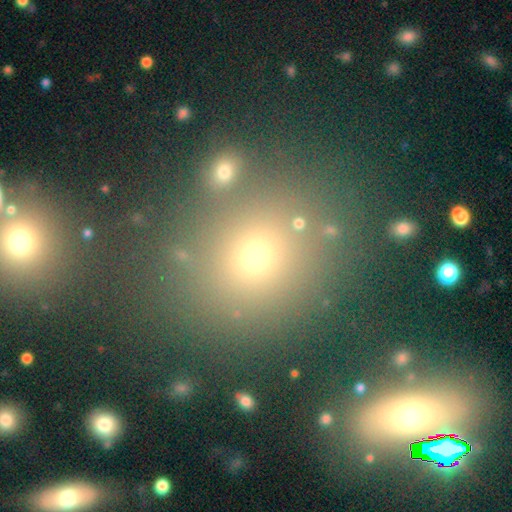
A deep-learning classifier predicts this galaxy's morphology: Smooth or featured?
  - smooth: 68% *
  - star or artifact: 21%
  - featured or disk: 11%
How rounded?
  - round: 70% *
  - in between: 28%
  - cigar-shaped: 2%
Merging?
  - none: 73% *
  - minor disturbance: 11%
  - merger: 11%
  - major disturbance: 6%